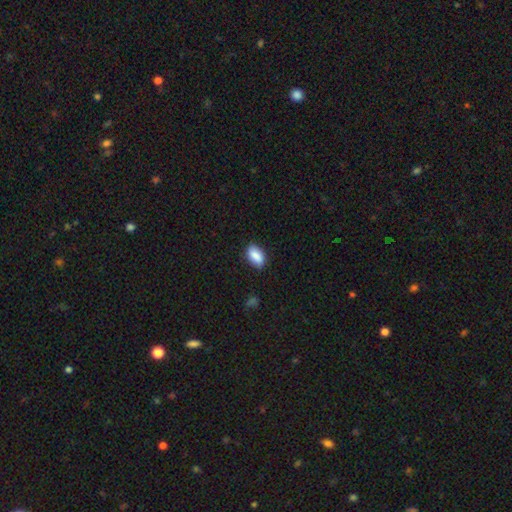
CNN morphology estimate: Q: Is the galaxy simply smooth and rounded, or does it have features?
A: smooth — 88%.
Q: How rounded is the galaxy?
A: in between — 91%.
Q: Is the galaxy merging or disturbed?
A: none — 82%.